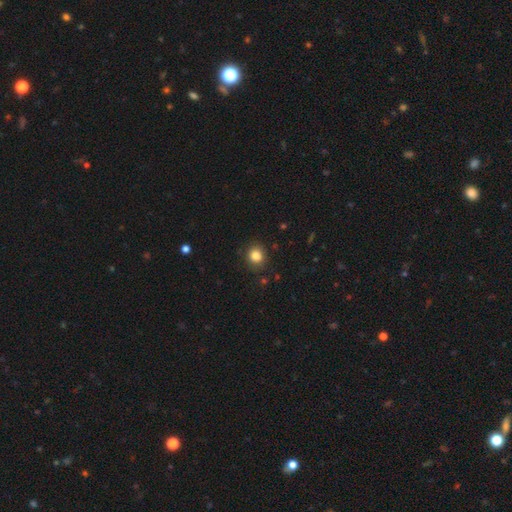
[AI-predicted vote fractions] Morphology: type=smooth (84%); roundness=round (86%); merging=none (87%).